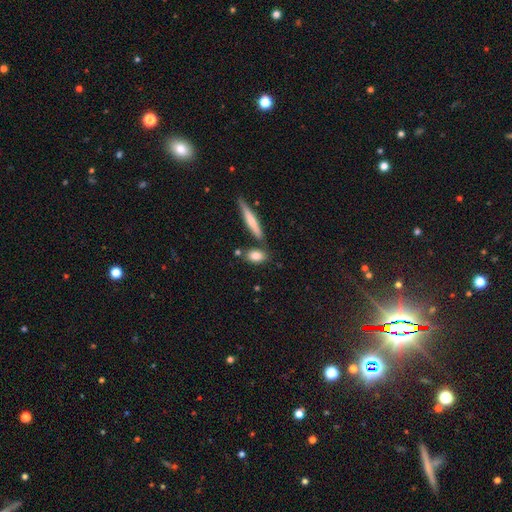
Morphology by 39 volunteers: Volunteers were most divided on "merging": none: 54%, merger: 26%, minor disturbance: 17%, major disturbance: 3%. More confident: smooth or featured — smooth (79%); how rounded — in between (71%).